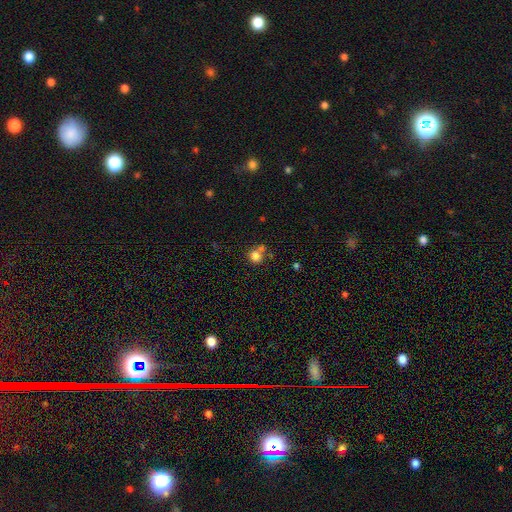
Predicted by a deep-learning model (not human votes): Overall: smooth (80%). How rounded: round (84%). Merging: none (53%; merger 30%).